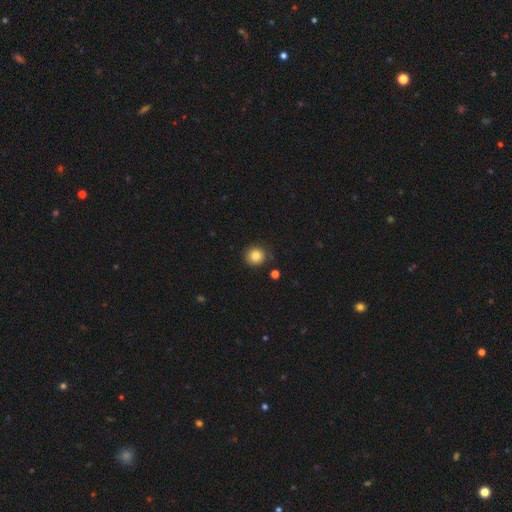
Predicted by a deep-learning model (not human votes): Smooth or featured: smooth — 85% (star or artifact — 10%)
How rounded: round — 92% (in between — 7%)
Merging: none — 86% (minor disturbance — 9%)